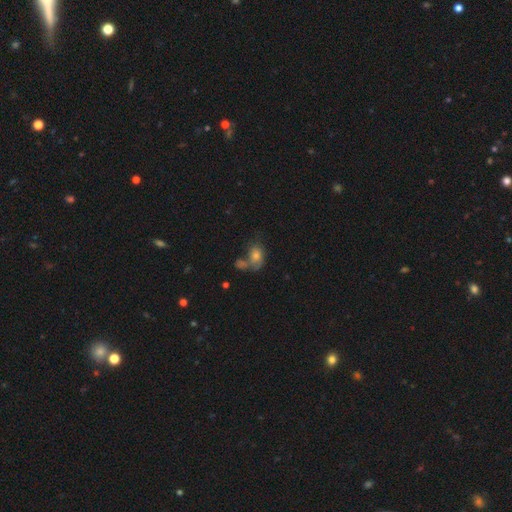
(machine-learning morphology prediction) smooth_or_featured: smooth (p=0.62) [alt: featured or disk p=0.23]
how_rounded: in between (p=0.69) [alt: round p=0.29]
merging: none (p=0.38) [alt: merger p=0.35]